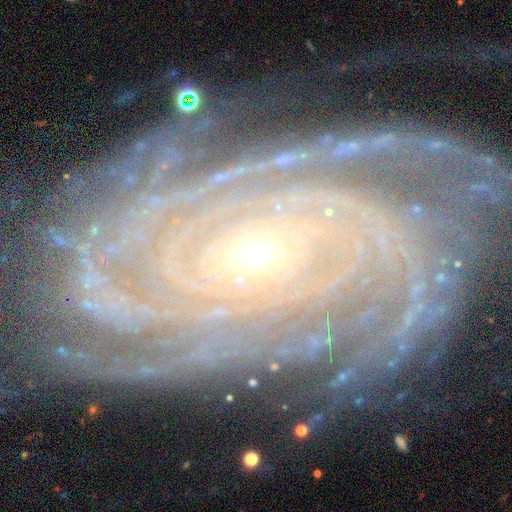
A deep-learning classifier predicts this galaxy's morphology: The model was most divided on "spiral arm count": 2: 22%, can't tell: 19%, 4: 17%, more than 4: 16%, 3: 16%, 1: 9%. More confident: spiral arms — yes (98%); edge-on disk — no (96%); smooth or featured — featured or disk (92%); spiral winding — tight (84%); merging — none (74%); bar — no (71%); bulge size — small (70%).